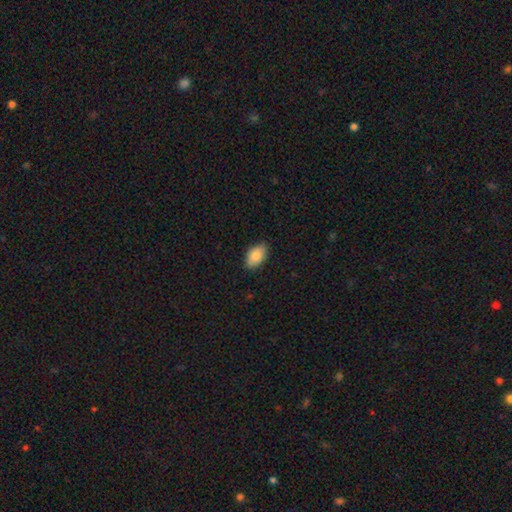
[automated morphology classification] Q: Smooth or featured?
A: smooth (86%); runner-up: featured or disk (7%)
Q: How rounded?
A: in between (93%); runner-up: round (5%)
Q: Merging?
A: none (84%); runner-up: minor disturbance (13%)